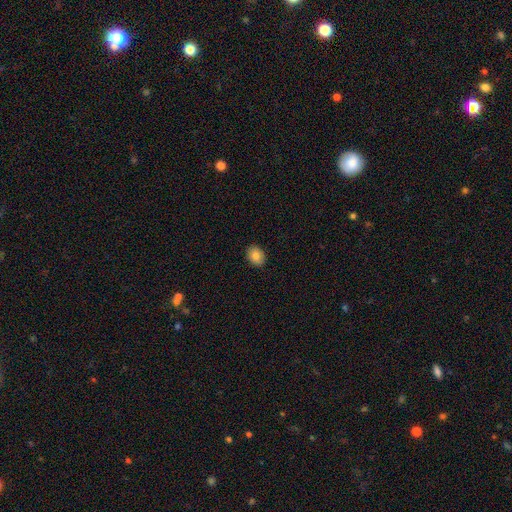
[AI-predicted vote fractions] smooth-or-featured: smooth: 82% | featured or disk: 9% | star or artifact: 8%
  how-rounded: in between: 62% | round: 37% | cigar-shaped: 1%
  merging: none: 90% | minor disturbance: 7% | major disturbance: 2% | merger: 1%